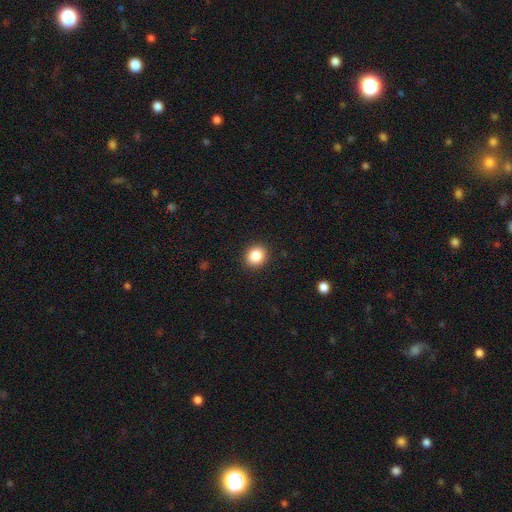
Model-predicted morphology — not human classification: Q: Smooth or featured?
A: smooth (86%); runner-up: star or artifact (10%)
Q: How rounded?
A: round (81%); runner-up: in between (18%)
Q: Merging?
A: none (92%); runner-up: minor disturbance (6%)